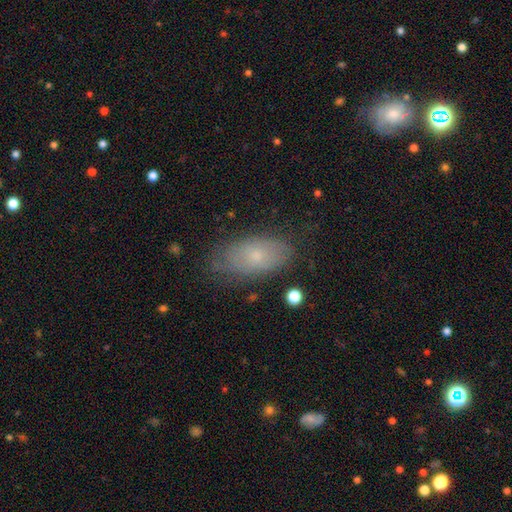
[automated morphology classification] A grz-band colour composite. It shows a smooth galaxy with no disk features (64%) that is in between round and cigar-shaped (92%). Merging: none (74%).